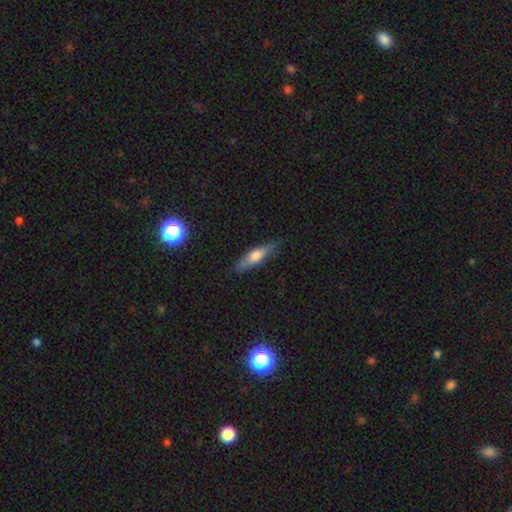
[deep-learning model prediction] This is possibly a smooth galaxy (56%). How rounded: likely cigar-shaped (68%). Merging: likely none (80%).